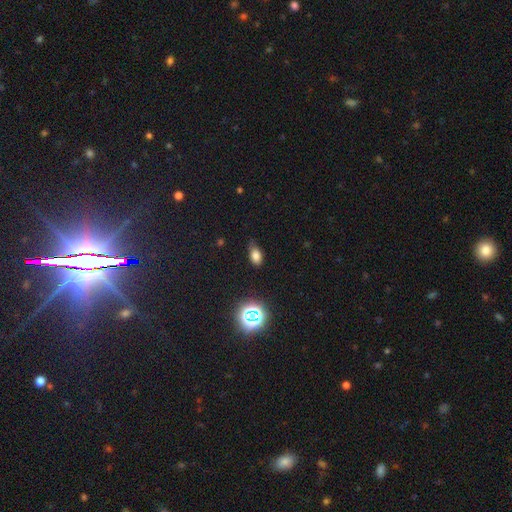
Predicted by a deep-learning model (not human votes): Q: Smooth or featured?
A: smooth (75%); runner-up: star or artifact (17%)
Q: How rounded?
A: in between (83%); runner-up: round (14%)
Q: Merging?
A: none (61%); runner-up: minor disturbance (31%)